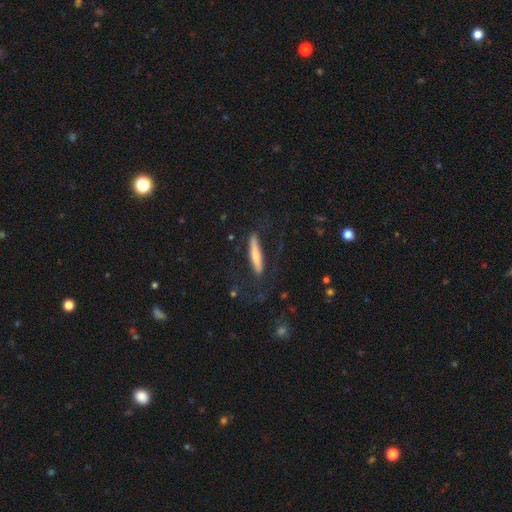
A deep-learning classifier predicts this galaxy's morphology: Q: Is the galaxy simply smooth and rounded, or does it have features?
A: smooth — 57%.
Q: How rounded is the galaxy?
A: cigar-shaped — 91%.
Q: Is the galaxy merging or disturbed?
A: none — 76%.